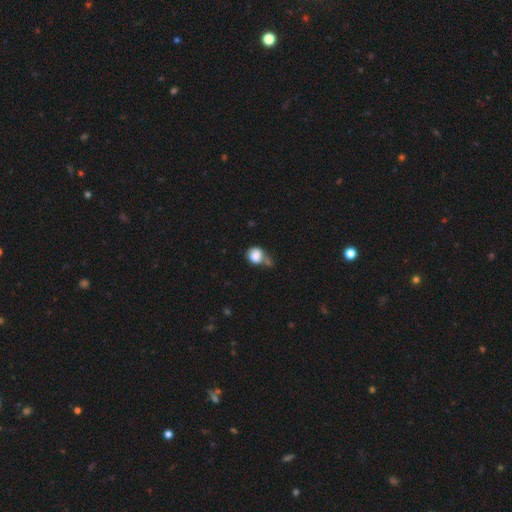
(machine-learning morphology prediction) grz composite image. It shows a smooth galaxy with no disk features (83%) that is round (71%). Merging: none (35%).